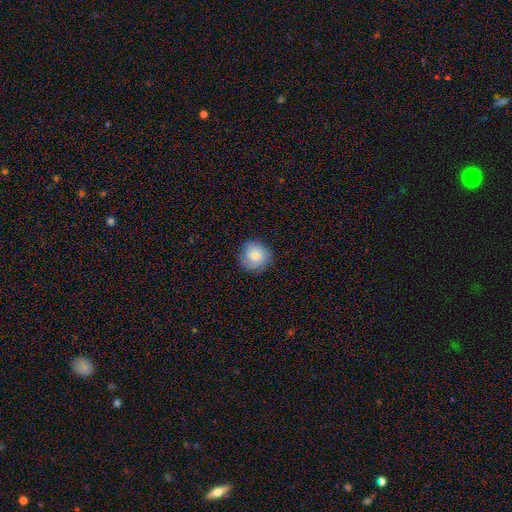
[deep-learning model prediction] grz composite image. It shows a smooth galaxy with no disk features (82%) that is round (87%). Merging: none (80%).